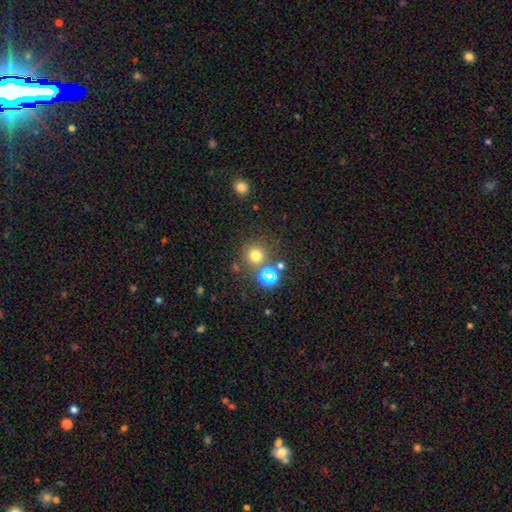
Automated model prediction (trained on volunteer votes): Smooth or featured? Predicted: smooth (p=0.70). How rounded? Predicted: round (p=0.93). Merging? Predicted: none (p=0.74).